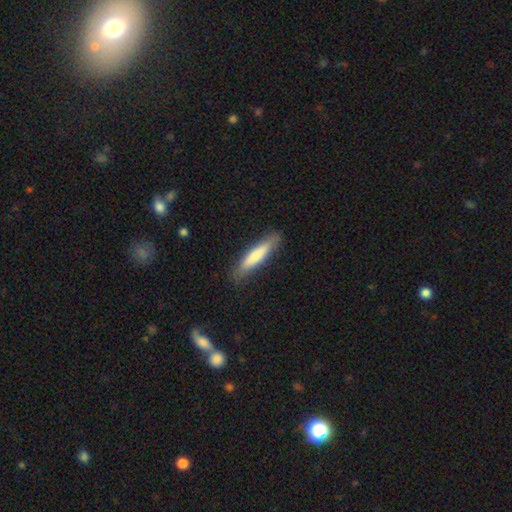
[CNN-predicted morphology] A smooth galaxy with no disk features (74%) that is cigar-shaped (84%). Merging: none (83%).